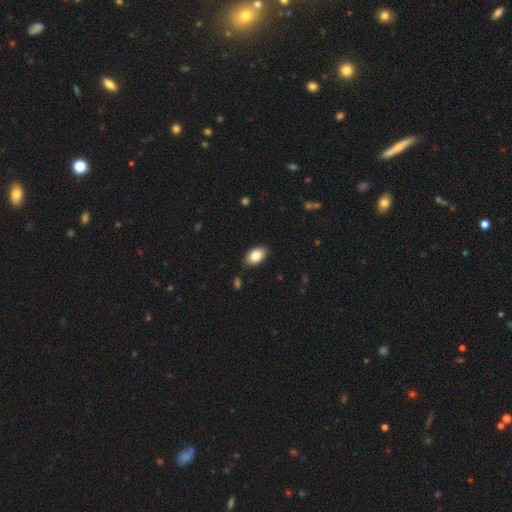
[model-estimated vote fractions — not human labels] The model was most divided on "merging": none: 86%, minor disturbance: 11%, major disturbance: 2%, merger: 1%. More confident: how rounded — in between (92%); smooth or featured — smooth (84%).